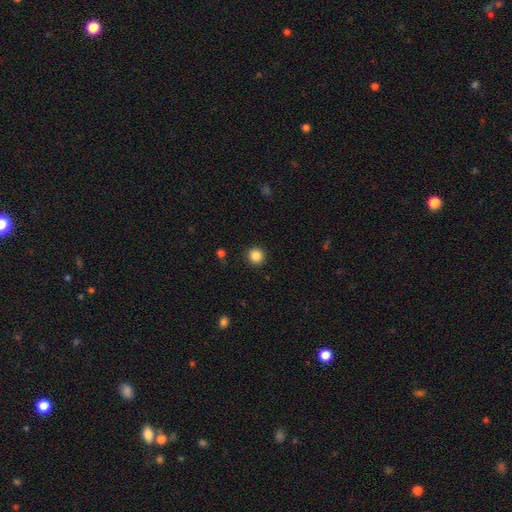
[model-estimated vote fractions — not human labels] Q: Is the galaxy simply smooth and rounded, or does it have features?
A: smooth — 86%.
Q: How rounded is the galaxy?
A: round — 94%.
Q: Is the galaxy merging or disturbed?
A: none — 92%.